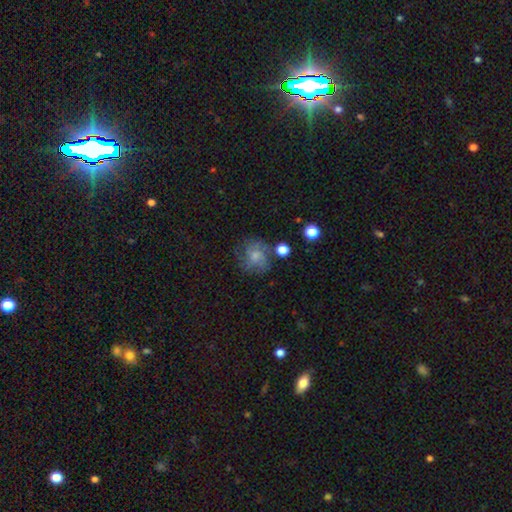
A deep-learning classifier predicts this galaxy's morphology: This appears to be a featured or disk galaxy (48%). Merging: none (62%).